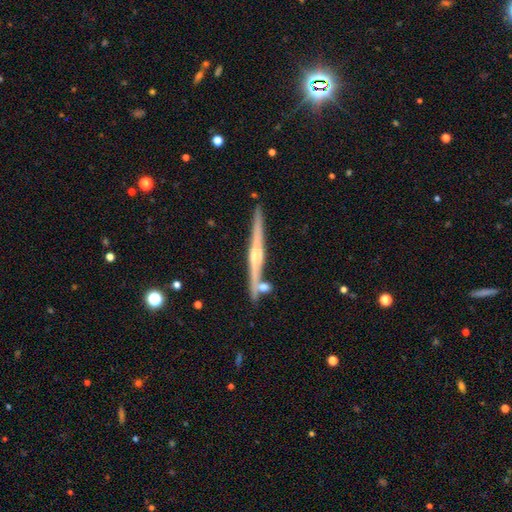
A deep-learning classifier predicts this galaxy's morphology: The model was most divided on "edge-on bulge": rounded: 77%, none: 15%, boxy: 8%. More confident: edge-on disk — yes (98%); merging — none (81%); smooth or featured — featured or disk (81%).